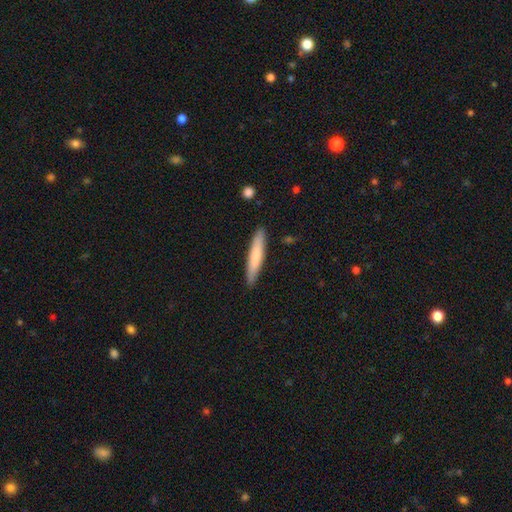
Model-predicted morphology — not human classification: A smooth galaxy with no disk features (73%) that is cigar-shaped (92%).

Vote fractions:
- Smooth or featured? smooth: 73% / featured or disk: 22% / star or artifact: 5%
- How rounded? cigar-shaped: 92% / in between: 7% / round: 1%
- Merging? none: 89% / minor disturbance: 8% / major disturbance: 2% / merger: 1%